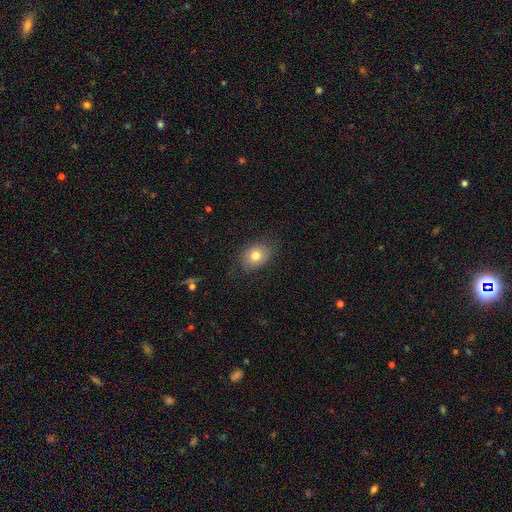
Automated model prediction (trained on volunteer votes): A smooth galaxy with no disk features (77%) that is in between round and cigar-shaped (58%).

Vote fractions:
- Smooth or featured? smooth: 77% / featured or disk: 12% / star or artifact: 10%
- How rounded? in between: 58% / round: 41% / cigar-shaped: 1%
- Merging? none: 77% / minor disturbance: 17% / major disturbance: 5% / merger: 1%